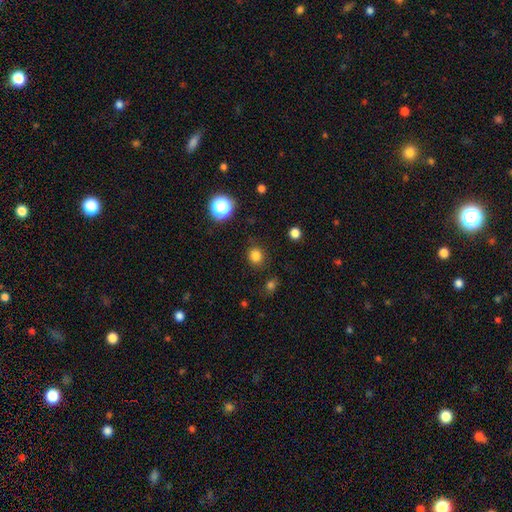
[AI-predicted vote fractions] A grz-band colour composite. It shows a smooth galaxy with no disk features (81%) that is round (80%). Merging: none (87%).